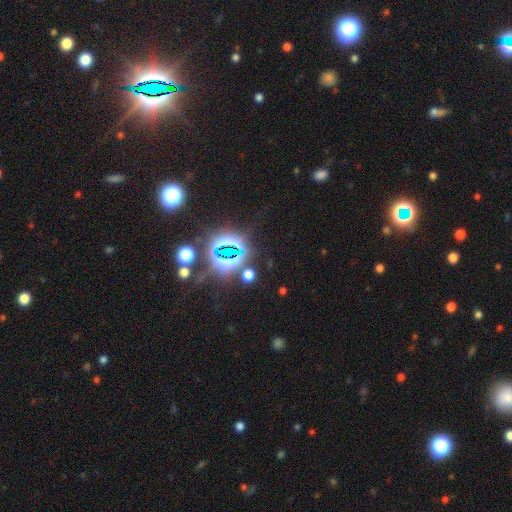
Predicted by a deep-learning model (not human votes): Q: Smooth or featured?
A: star or artifact (82%); runner-up: smooth (10%)